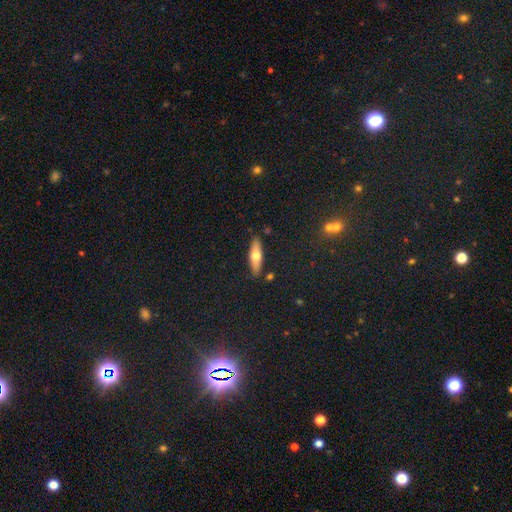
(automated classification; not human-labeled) smooth 57%, featured or disk 36%, star or artifact 7%. Down the decision tree: how rounded — cigar-shaped (57%); merging — none (87%).